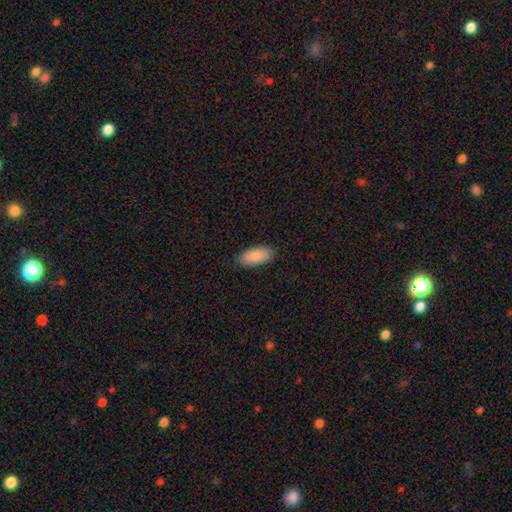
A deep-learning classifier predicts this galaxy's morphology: type=smooth (89%); roundness=in between (90%); merging=none (87%).